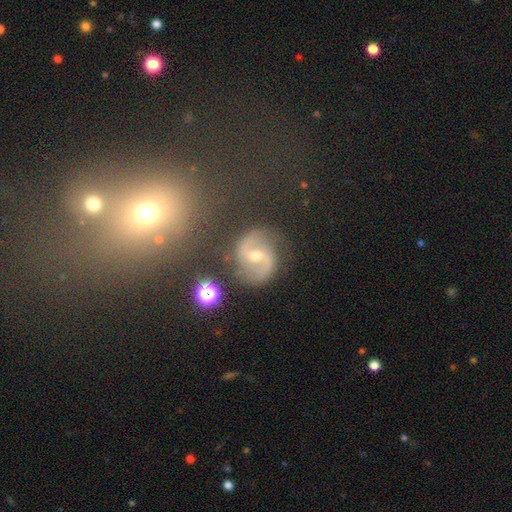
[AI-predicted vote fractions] Q: Smooth or featured?
A: featured or disk (84%); runner-up: star or artifact (9%)
Q: Edge-on disk?
A: no (98%); runner-up: yes (2%)
Q: Bar?
A: weak (45%); runner-up: no (33%)
Q: Spiral arms?
A: yes (96%); runner-up: no (4%)
Q: Spiral winding?
A: medium (52%); runner-up: loose (32%)
Q: Spiral arm count?
A: 2 (93%); runner-up: can't tell (2%)
Q: Bulge size?
A: moderate (54%); runner-up: small (42%)
Q: Merging?
A: none (82%); runner-up: minor disturbance (11%)